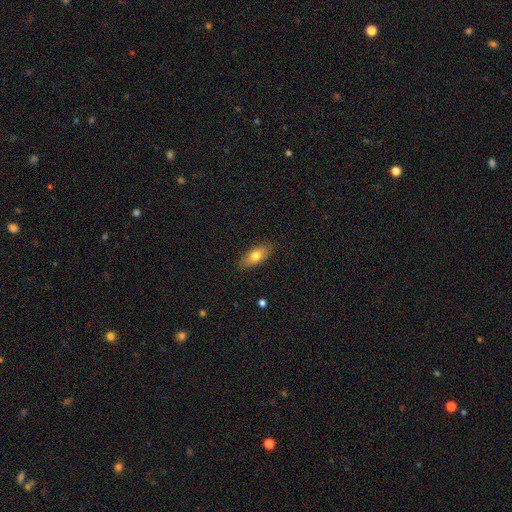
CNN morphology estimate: smooth-or-featured: smooth: 72% | featured or disk: 21% | star or artifact: 7%
  how-rounded: in between: 81% | cigar-shaped: 15% | round: 4%
  merging: none: 86% | minor disturbance: 10% | major disturbance: 2% | merger: 1%